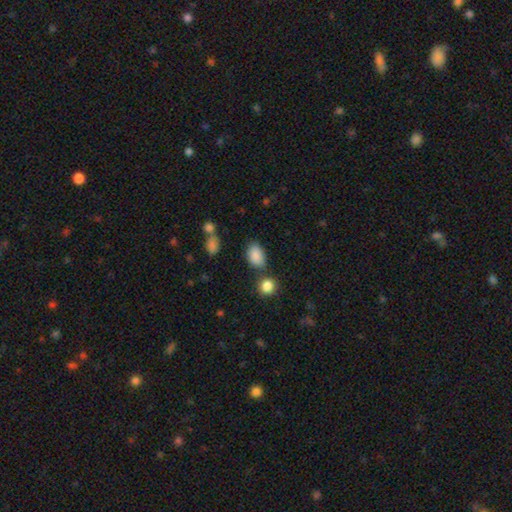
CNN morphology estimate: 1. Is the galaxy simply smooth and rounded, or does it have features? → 87% smooth, 9% star or artifact, 4% featured or disk.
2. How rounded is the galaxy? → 87% in between, 11% round, 1% cigar-shaped.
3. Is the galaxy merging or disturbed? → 70% none, 16% minor disturbance, 10% merger, 4% major disturbance.